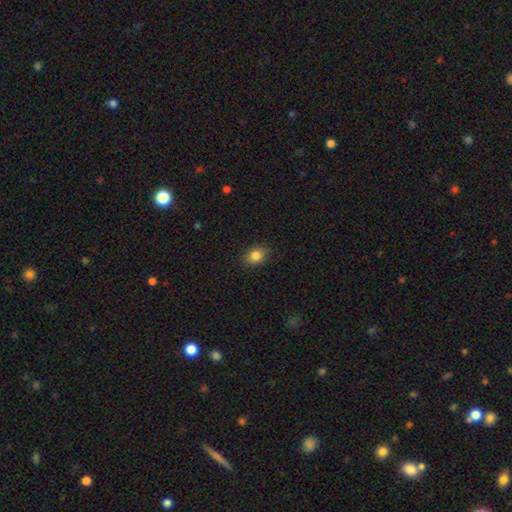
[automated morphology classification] The model was most divided on "how rounded": in between: 53%, round: 46%, cigar-shaped: 1%. More confident: merging — none (87%); smooth or featured — smooth (85%).